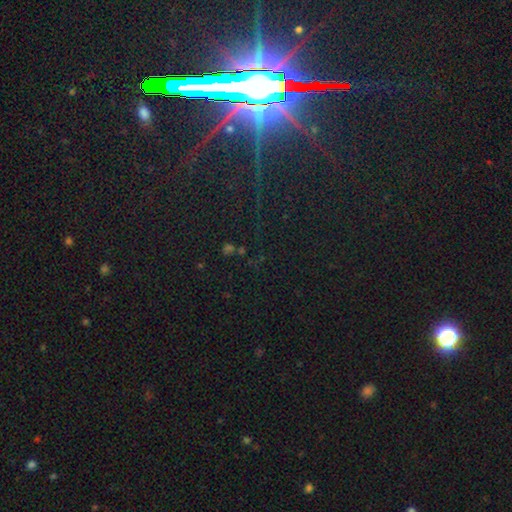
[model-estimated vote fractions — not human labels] Overall: star or artifact (82%).